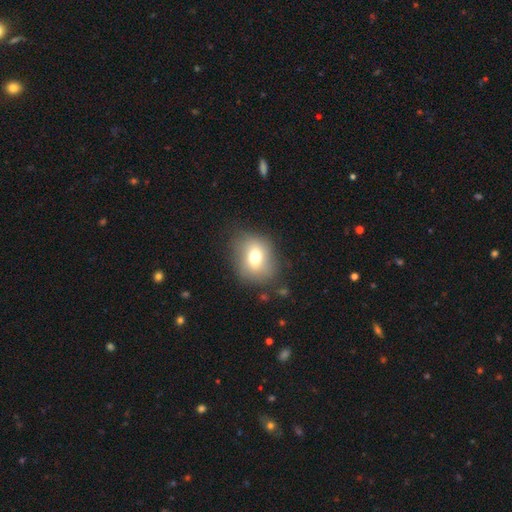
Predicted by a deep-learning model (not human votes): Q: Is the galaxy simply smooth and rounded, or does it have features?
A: smooth — 68%.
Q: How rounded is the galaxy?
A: round — 58%.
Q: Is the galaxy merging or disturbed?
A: none — 79%.